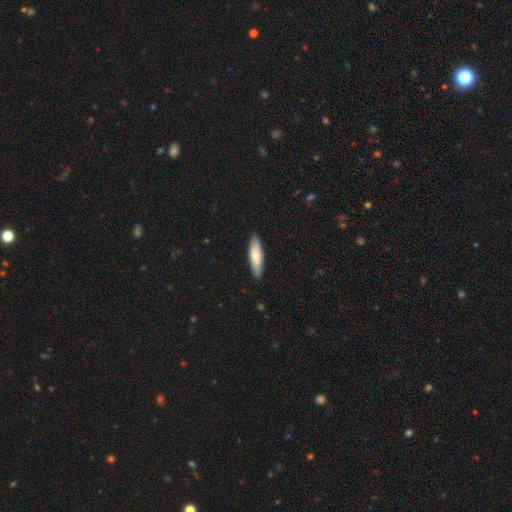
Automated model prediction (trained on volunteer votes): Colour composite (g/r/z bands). It shows a smooth galaxy with no disk features (69%) that is cigar-shaped (65%). Merging: none (89%).